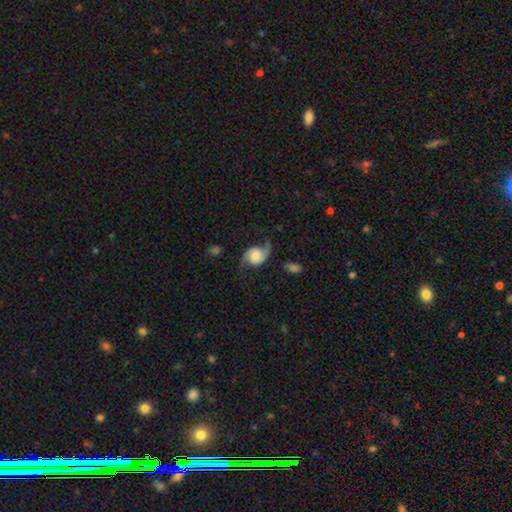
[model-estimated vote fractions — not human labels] Overall: featured or disk (84%). Edge-on disk: no (98%). Bar: no (68%). Spiral arms: yes (97%). Spiral arm count: 2 (93%). Spiral winding: loose (64%; medium 28%). Bulge size: large (32%; none 23%). Merging: none (71%).